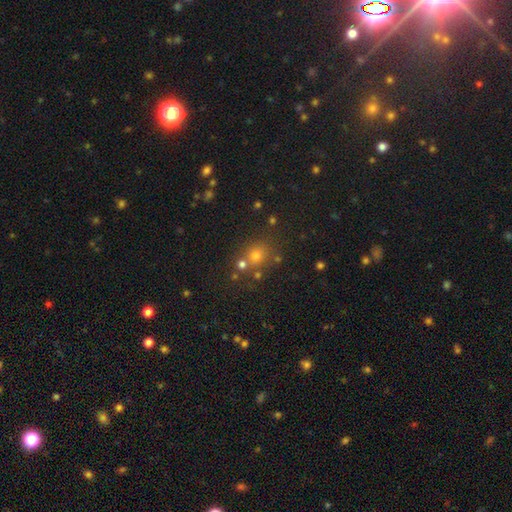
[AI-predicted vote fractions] Morphology: type=smooth (63%); roundness=round (81%); merging=none (68%).